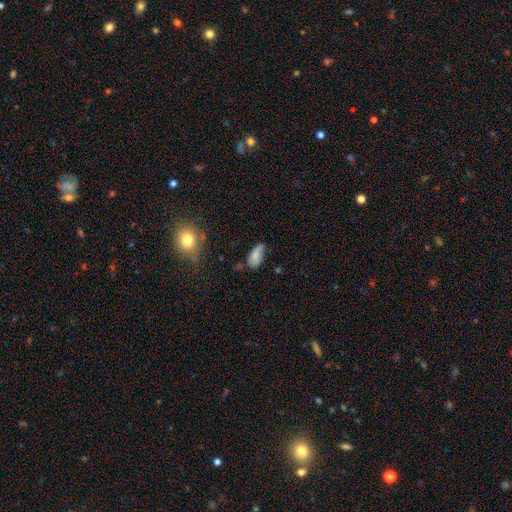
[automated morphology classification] The model was most divided on "merging": none: 50%, minor disturbance: 37%, major disturbance: 10%, merger: 4%. More confident: how rounded — in between (90%); smooth or featured — smooth (75%).